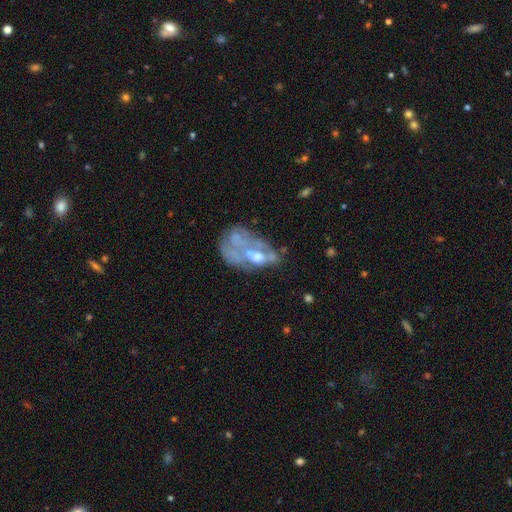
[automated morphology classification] This is likely a featured or disk galaxy (62%). It is clearly not viewed edge-on (97%). Bar: clearly no (90%). Spiral arm pattern: clearly no (89%). Central bulge: marginally none (40%). Merging: marginally none (30%).